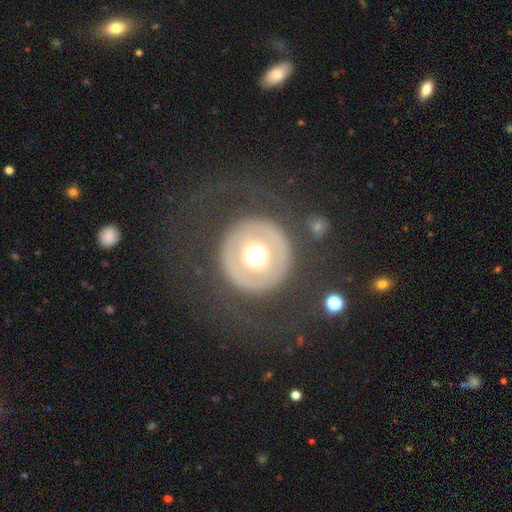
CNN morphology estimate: featured or disk 50%, smooth 39%, star or artifact 11%. Down the decision tree: edge-on disk — no (93%); merging — none (72%).